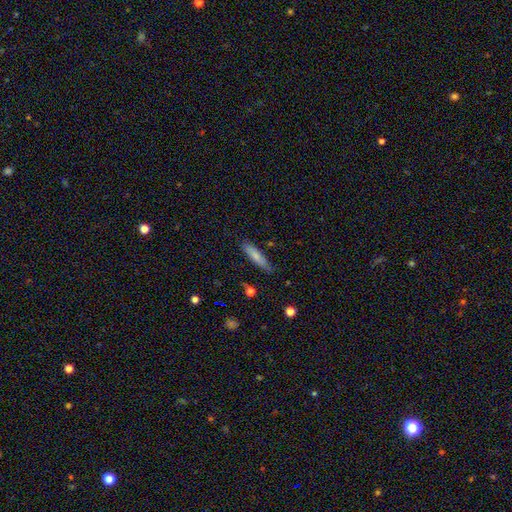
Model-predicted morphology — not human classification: The model was most divided on "how rounded": cigar-shaped: 73%, in between: 26%, round: 2%. More confident: merging — none (77%); smooth or featured — smooth (75%).